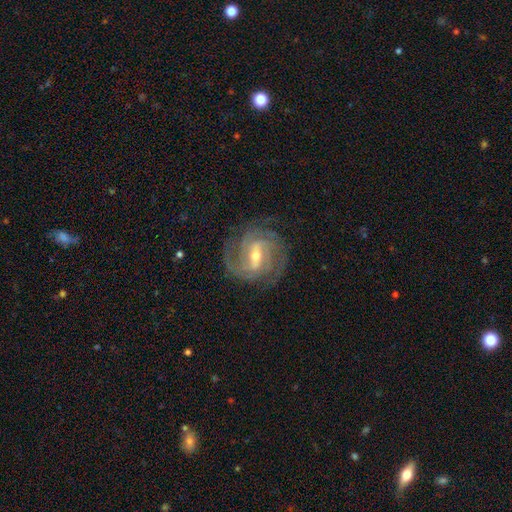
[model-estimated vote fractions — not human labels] smooth-or-featured: featured or disk: 90% | star or artifact: 5% | smooth: 5%
  disk-edge-on: no: 97% | yes: 3%
    bar: strong: 47% | weak: 42% | no: 11%
    has-spiral-arms: yes: 97% | no: 3%
      spiral-winding: tight: 51% | medium: 41% | loose: 8%
      spiral-arm-count: 3: 35% | 2: 27% | can't tell: 15% | 4: 14% | more than 4: 5% | 1: 5%
    bulge-size: moderate: 51% | small: 45% | large: 2% | none: 1% | dominant: 1%
  merging: none: 78% | minor disturbance: 14% | major disturbance: 7% | merger: 1%